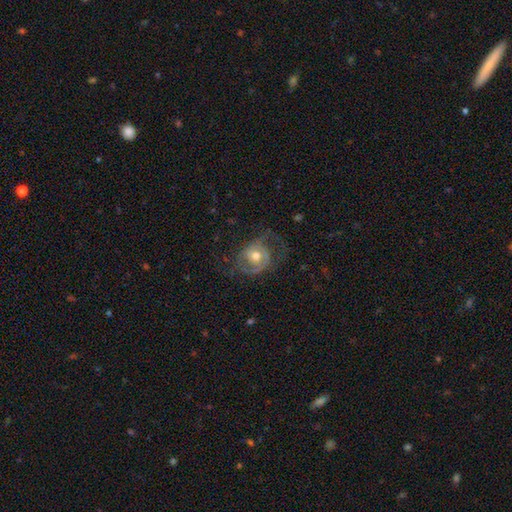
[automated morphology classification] This is likely a featured or disk galaxy (72%). It is clearly not viewed edge-on (97%). Bar: likely no (65%). Spiral arm pattern: clearly yes (82%). Spiral arm count: likely 2 (64%). Spiral winding: marginally medium (45%). Central bulge: likely moderate (73%). Merging: possibly none (52%).